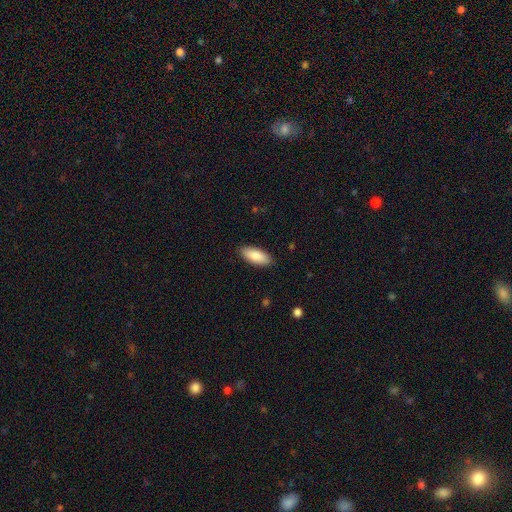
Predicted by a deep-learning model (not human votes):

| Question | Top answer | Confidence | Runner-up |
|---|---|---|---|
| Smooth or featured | smooth | 85% | featured or disk (9%) |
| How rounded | in between | 82% | cigar-shaped (17%) |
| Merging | none | 89% | minor disturbance (8%) |